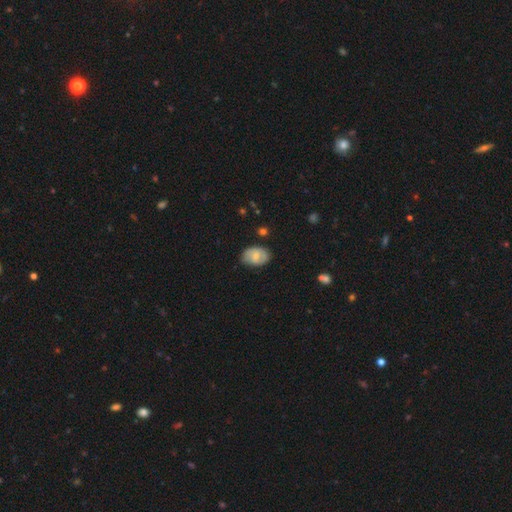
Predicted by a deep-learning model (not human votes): This is likely a smooth galaxy (63%). How rounded: clearly in between (82%). Merging: likely none (70%).